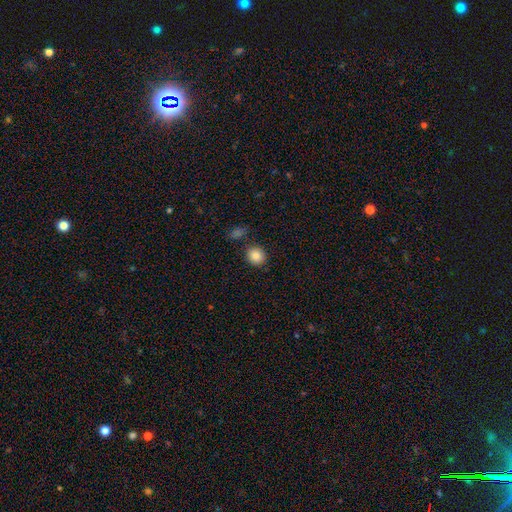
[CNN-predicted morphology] smooth_or_featured: smooth (p=0.87) [alt: star or artifact p=0.09]
how_rounded: round (p=0.78) [alt: in between p=0.21]
merging: none (p=0.84) [alt: minor disturbance p=0.08]